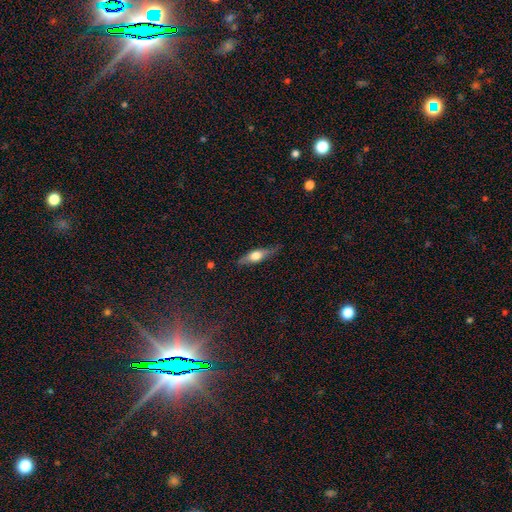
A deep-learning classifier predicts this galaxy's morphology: Overall: featured or disk (48%; smooth 46%). Merging: none (76%).